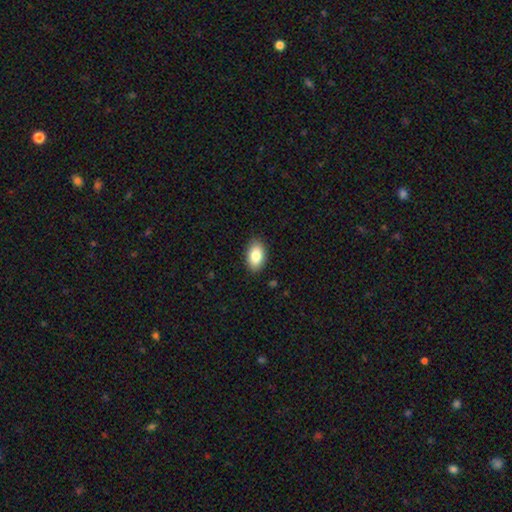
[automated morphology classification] smooth-or-featured: smooth: 84% | featured or disk: 9% | star or artifact: 7%
  how-rounded: in between: 92% | round: 6% | cigar-shaped: 2%
  merging: none: 88% | minor disturbance: 9% | major disturbance: 2% | merger: 1%